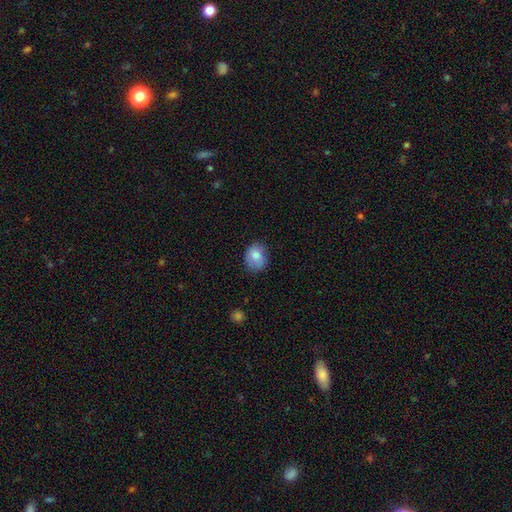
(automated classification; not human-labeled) Overall: smooth (81%). How rounded: round (52%; in between 47%). Merging: none (69%).